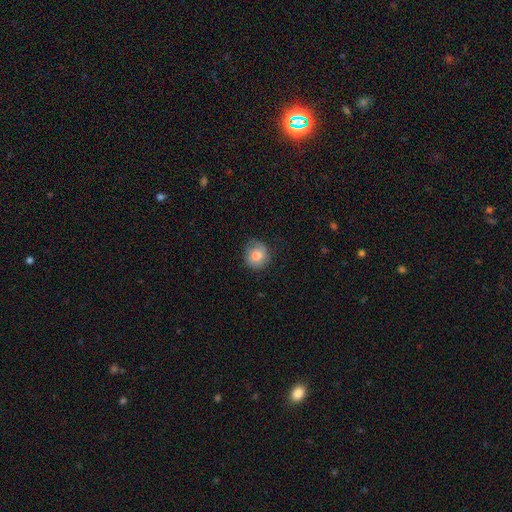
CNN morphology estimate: smooth 76%, featured or disk 15%, star or artifact 9%. Down the decision tree: how rounded — round (87%); merging — none (79%).